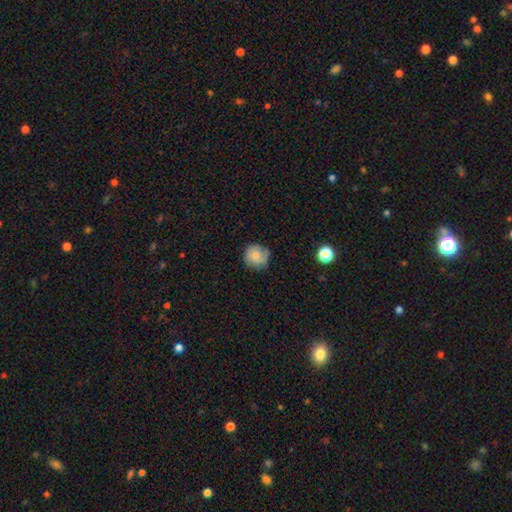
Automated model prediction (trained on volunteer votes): Smooth or featured?
  - smooth: 59% *
  - featured or disk: 32%
  - star or artifact: 9%
How rounded?
  - round: 87% *
  - in between: 12%
  - cigar-shaped: 1%
Merging?
  - none: 69% *
  - minor disturbance: 23%
  - major disturbance: 7%
  - merger: 2%